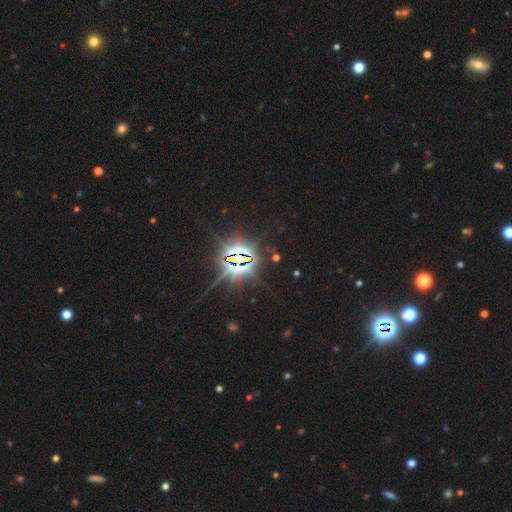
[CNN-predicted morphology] Q: Smooth or featured?
A: star or artifact (85%); runner-up: smooth (9%)